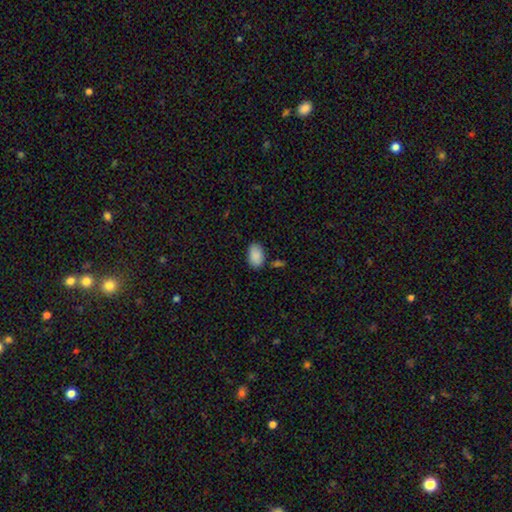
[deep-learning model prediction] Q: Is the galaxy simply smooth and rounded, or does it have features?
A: smooth — 89%.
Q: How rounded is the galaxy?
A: in between — 91%.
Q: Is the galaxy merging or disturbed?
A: none — 78%.